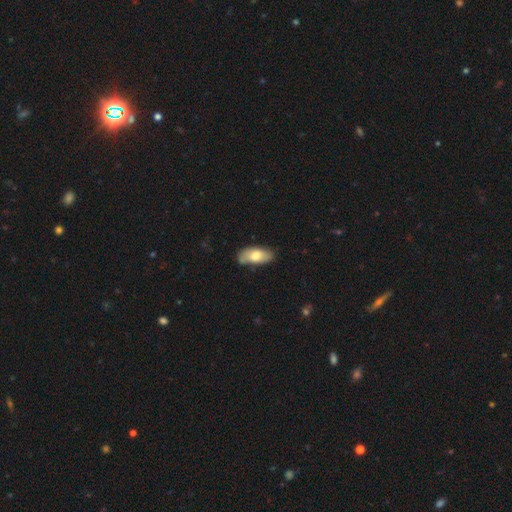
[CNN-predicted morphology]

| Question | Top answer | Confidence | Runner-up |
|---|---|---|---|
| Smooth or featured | smooth | 71% | featured or disk (23%) |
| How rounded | in between | 90% | cigar-shaped (8%) |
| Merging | none | 73% | minor disturbance (21%) |